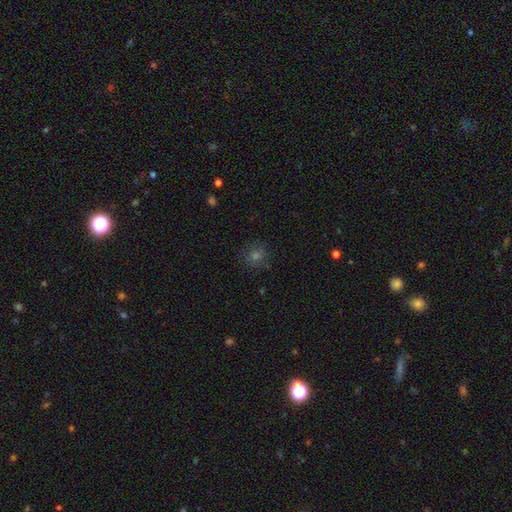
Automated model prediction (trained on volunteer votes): The model was most divided on "smooth or featured": smooth: 56%, star or artifact: 29%, featured or disk: 15%. More confident: how rounded — round (87%); merging — none (85%).